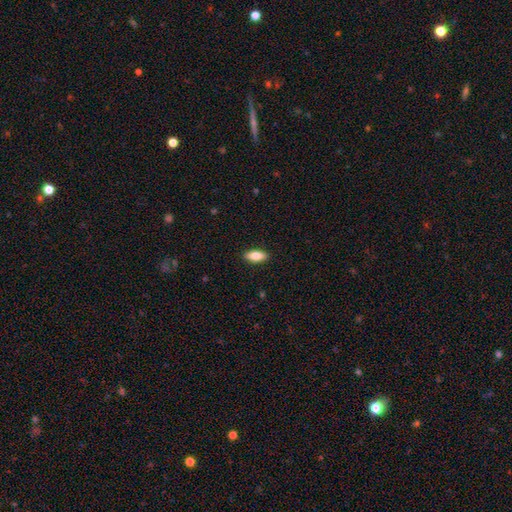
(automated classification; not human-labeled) Q: Smooth or featured?
A: smooth (80%); runner-up: featured or disk (13%)
Q: How rounded?
A: in between (85%); runner-up: cigar-shaped (12%)
Q: Merging?
A: none (90%); runner-up: minor disturbance (7%)